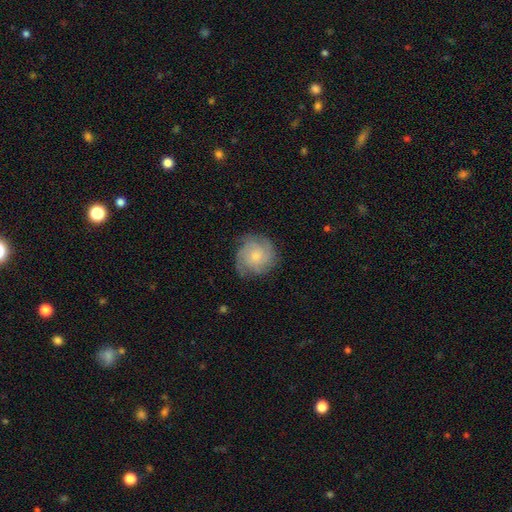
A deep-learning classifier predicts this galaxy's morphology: featured or disk 64%, smooth 29%, star or artifact 7%. Down the decision tree: edge-on disk — no (98%); bar — no (78%); spiral arms — yes (92%); spiral arm count — can't tell (30%, tied with 3); spiral winding — tight (61%); bulge size — small (62%); merging — none (75%).